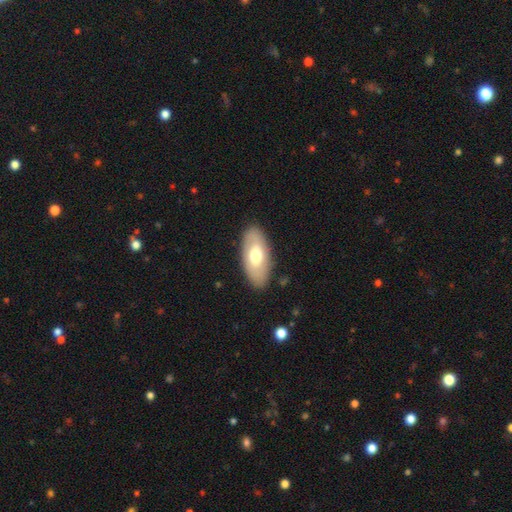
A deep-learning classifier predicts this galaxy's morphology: type=smooth (61%); roundness=in between (90%); merging=none (86%).